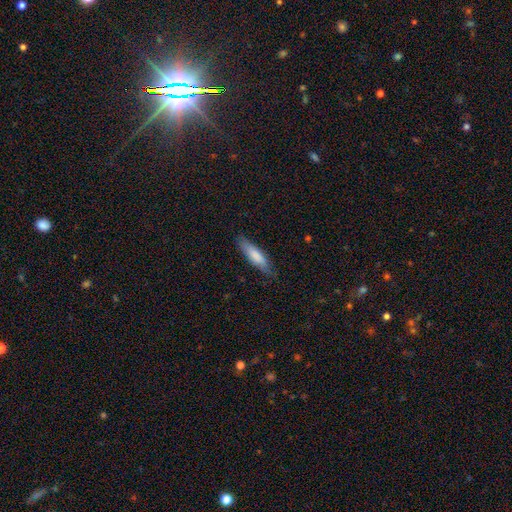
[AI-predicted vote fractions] Q: Smooth or featured?
A: smooth (78%); runner-up: featured or disk (16%)
Q: How rounded?
A: cigar-shaped (68%); runner-up: in between (31%)
Q: Merging?
A: none (80%); runner-up: minor disturbance (16%)